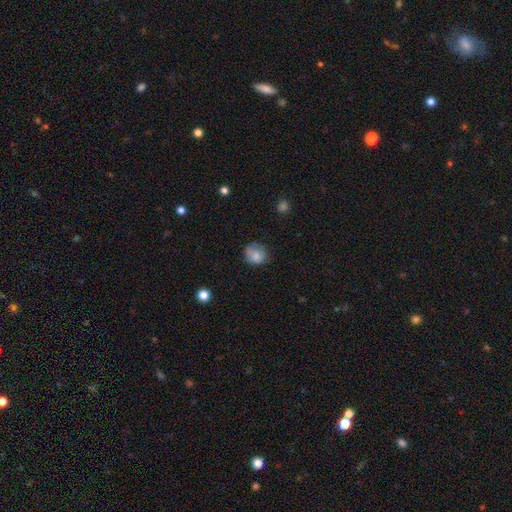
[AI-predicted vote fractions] Smooth or featured? smooth (81%)
How rounded? round (72%)
Merging? none (62%)